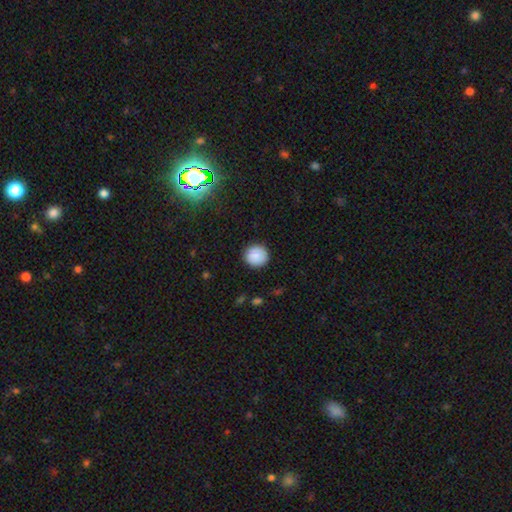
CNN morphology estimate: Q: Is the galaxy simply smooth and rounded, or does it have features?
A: smooth — 88%.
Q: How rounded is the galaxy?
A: round — 92%.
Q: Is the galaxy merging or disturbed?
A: none — 90%.